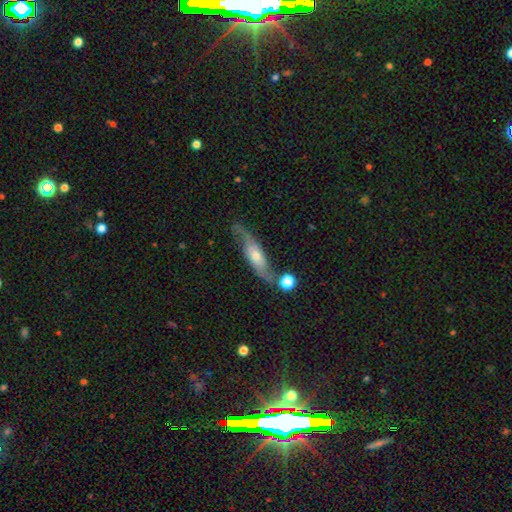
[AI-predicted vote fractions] This appears to be a featured or disk galaxy (71%). Merging: none (67%).